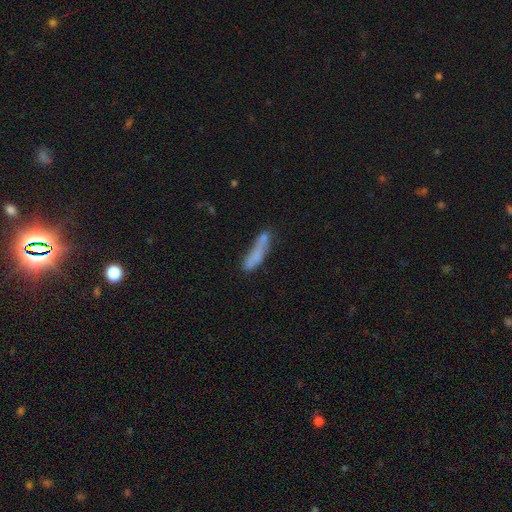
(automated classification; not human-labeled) Smooth or featured? Predicted: smooth (p=0.70). How rounded? Predicted: cigar-shaped (p=0.77). Merging? Predicted: none (p=0.45).